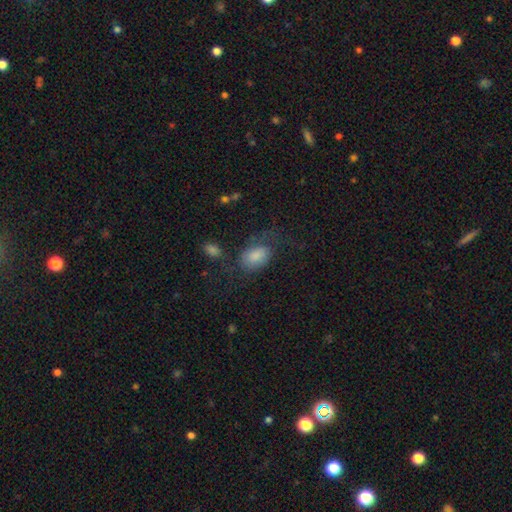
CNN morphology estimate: type=smooth (75%); roundness=in between (87%); merging=none (44%).